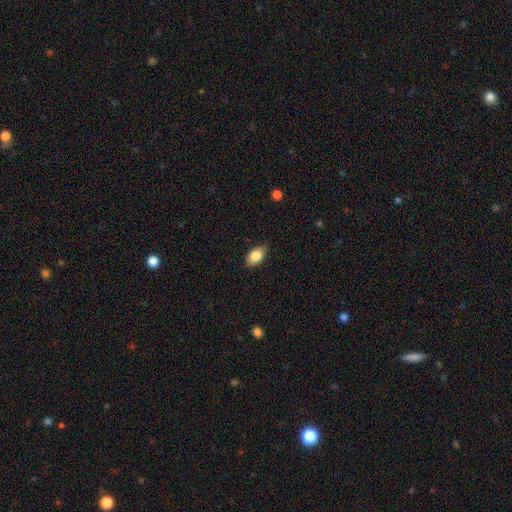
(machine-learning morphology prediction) type=smooth (84%); roundness=in between (91%); merging=none (84%).